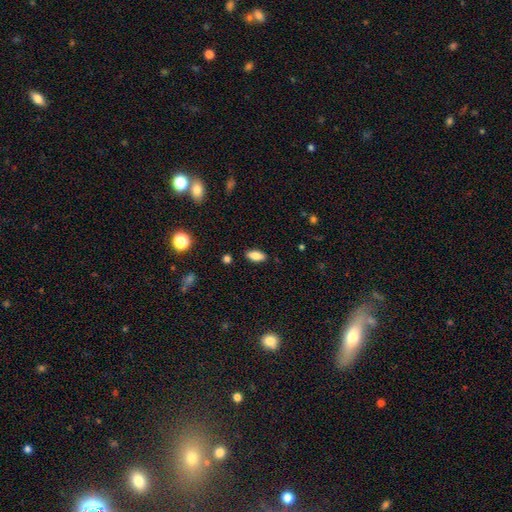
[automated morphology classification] Smooth or featured? Predicted: smooth (p=0.80). How rounded? Predicted: in between (p=0.86). Merging? Predicted: none (p=0.88).